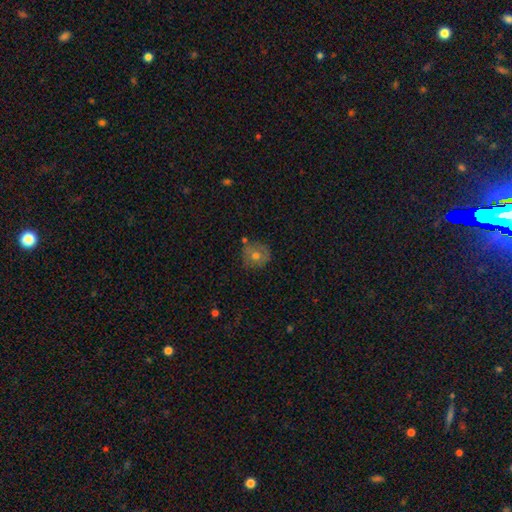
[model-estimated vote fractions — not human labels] This appears to be a smooth galaxy with no disk features (58%) that is round (86%). Merging: none (70%).